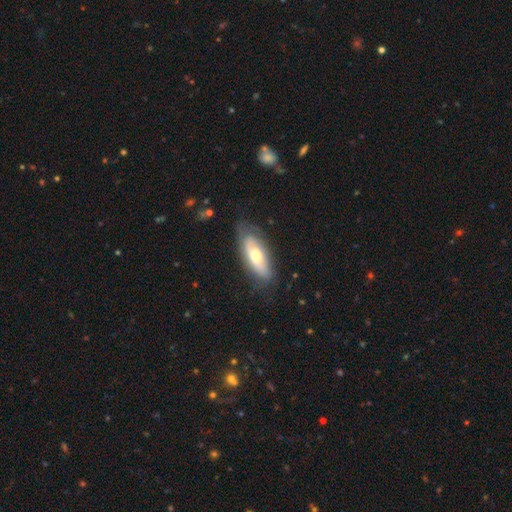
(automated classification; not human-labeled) This is possibly a smooth galaxy (49%). Merging: likely none (70%).